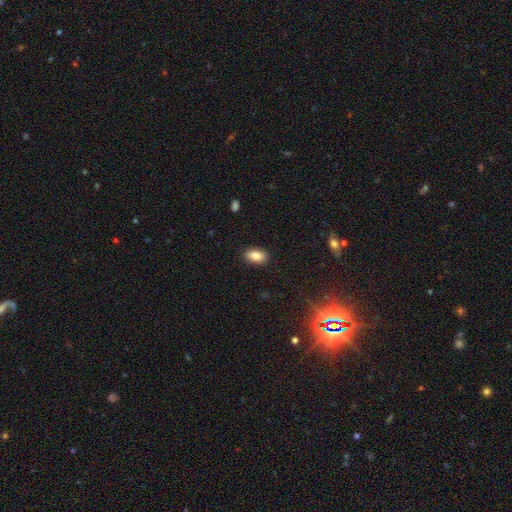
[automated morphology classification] This is clearly a smooth galaxy (86%). How rounded: clearly in between (92%). Merging: clearly none (89%).